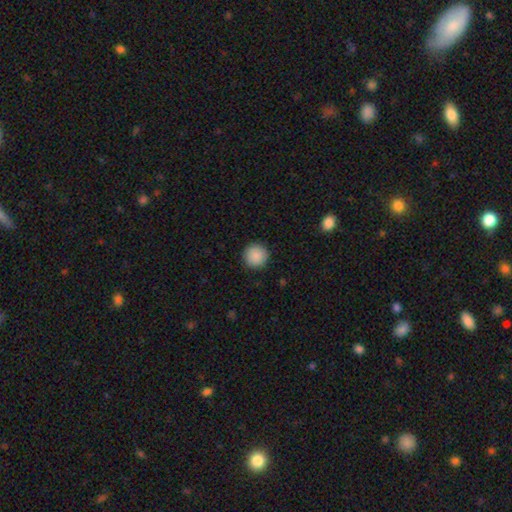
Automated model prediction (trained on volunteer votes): A smooth galaxy with no disk features (88%) that is round (96%).

Vote fractions:
- Smooth or featured? smooth: 88% / star or artifact: 8% / featured or disk: 4%
- How rounded? round: 96% / in between: 3% / cigar-shaped: 1%
- Merging? none: 92% / minor disturbance: 5% / major disturbance: 2% / merger: 1%